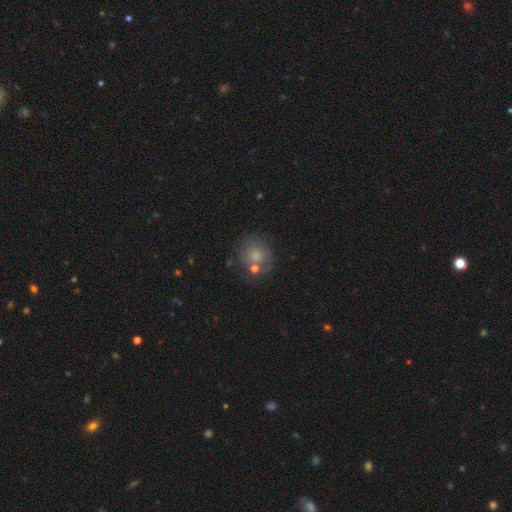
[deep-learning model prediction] smooth-or-featured: smooth: 68% | featured or disk: 21% | star or artifact: 10%
  how-rounded: round: 81% | in between: 18% | cigar-shaped: 1%
  merging: none: 59% | minor disturbance: 18% | merger: 15% | major disturbance: 9%